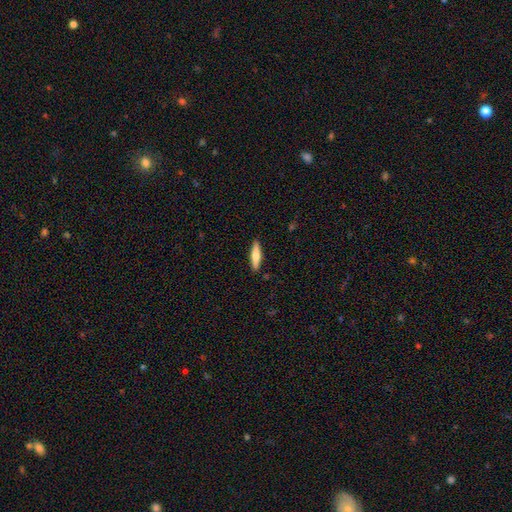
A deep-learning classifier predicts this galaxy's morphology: Q: Smooth or featured?
A: smooth (64%); runner-up: featured or disk (30%)
Q: How rounded?
A: cigar-shaped (79%); runner-up: in between (19%)
Q: Merging?
A: none (90%); runner-up: minor disturbance (8%)